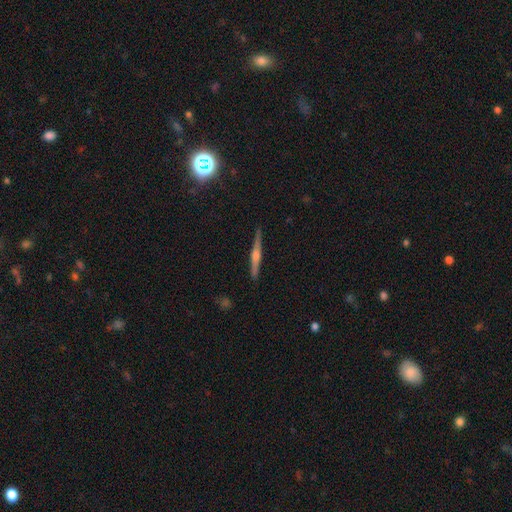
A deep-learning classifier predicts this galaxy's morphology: featured or disk 77%, smooth 17%, star or artifact 6%. Down the decision tree: edge-on disk — yes (98%); edge-on bulge — rounded (86%); merging — none (91%).